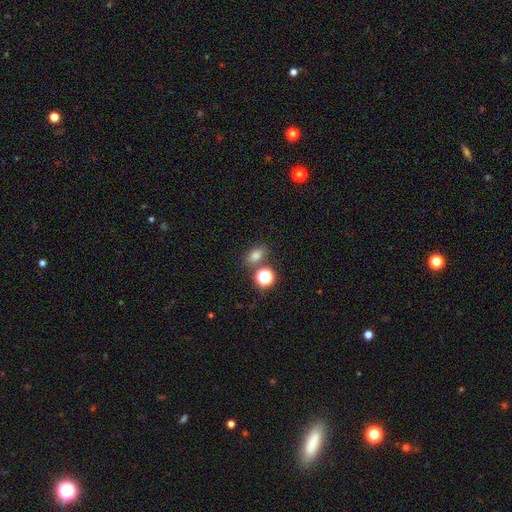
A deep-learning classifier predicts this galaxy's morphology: Smooth or featured: smooth — 74% (star or artifact — 19%)
How rounded: in between — 71% (round — 27%)
Merging: none — 73% (merger — 13%)